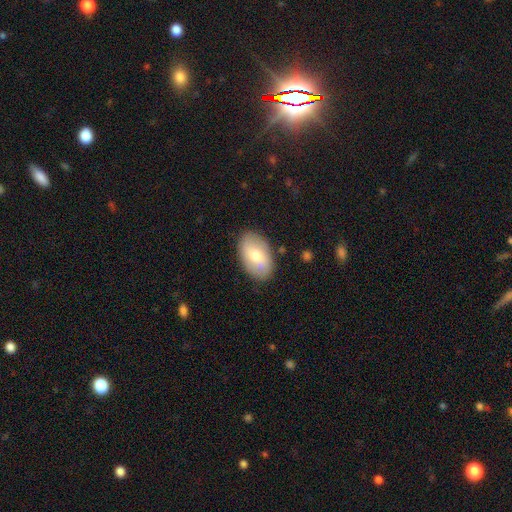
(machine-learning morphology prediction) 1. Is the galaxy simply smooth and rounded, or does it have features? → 68% smooth, 26% featured or disk, 6% star or artifact.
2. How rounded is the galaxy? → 92% in between, 7% round, 1% cigar-shaped.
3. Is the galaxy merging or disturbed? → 86% none, 10% minor disturbance, 3% major disturbance, 1% merger.